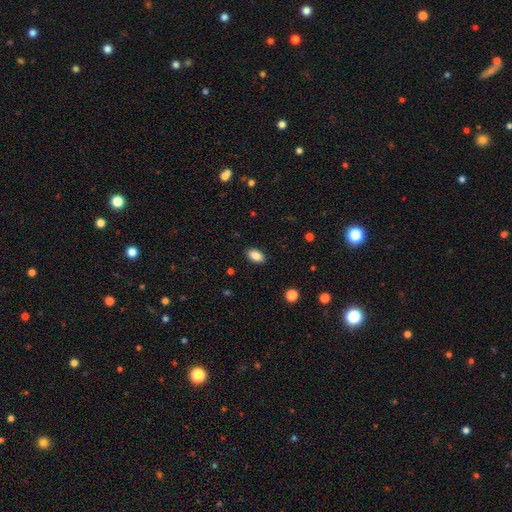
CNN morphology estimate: A smooth galaxy with no disk features (87%) that is in between round and cigar-shaped (92%).

Vote fractions:
- Smooth or featured? smooth: 87% / star or artifact: 8% / featured or disk: 4%
- How rounded? in between: 92% / round: 6% / cigar-shaped: 2%
- Merging? none: 89% / minor disturbance: 8% / major disturbance: 2% / merger: 1%